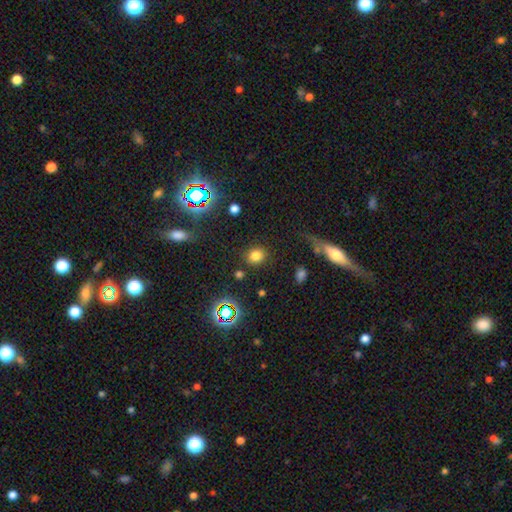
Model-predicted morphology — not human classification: Q: Smooth or featured?
A: smooth (77%); runner-up: star or artifact (16%)
Q: How rounded?
A: round (73%); runner-up: in between (26%)
Q: Merging?
A: none (85%); runner-up: minor disturbance (9%)